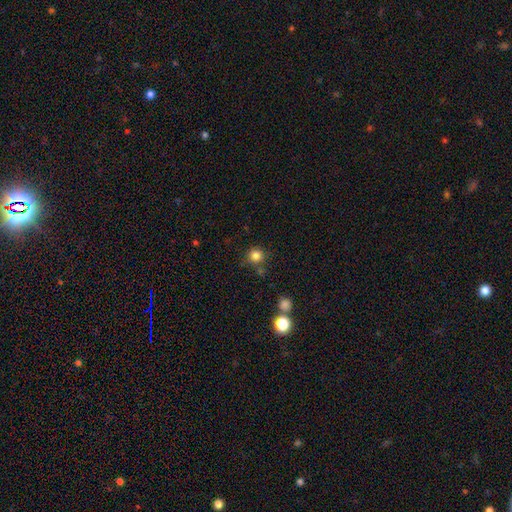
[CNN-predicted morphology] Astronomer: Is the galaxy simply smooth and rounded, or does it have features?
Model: smooth — 82%.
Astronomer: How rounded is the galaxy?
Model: round — 93%.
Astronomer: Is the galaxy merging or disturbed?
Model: none — 76%.